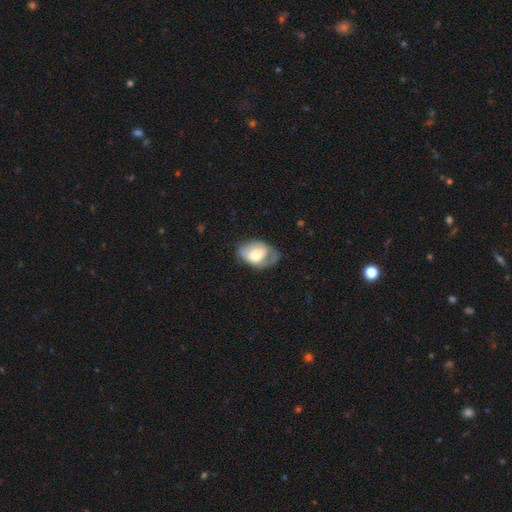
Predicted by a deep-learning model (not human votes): A smooth galaxy with no disk features (53%) that is in between round and cigar-shaped (86%).

Vote fractions:
- Smooth or featured? smooth: 53% / featured or disk: 40% / star or artifact: 7%
- How rounded? in between: 86% / round: 13% / cigar-shaped: 1%
- Merging? none: 43% / minor disturbance: 33% / major disturbance: 21% / merger: 2%